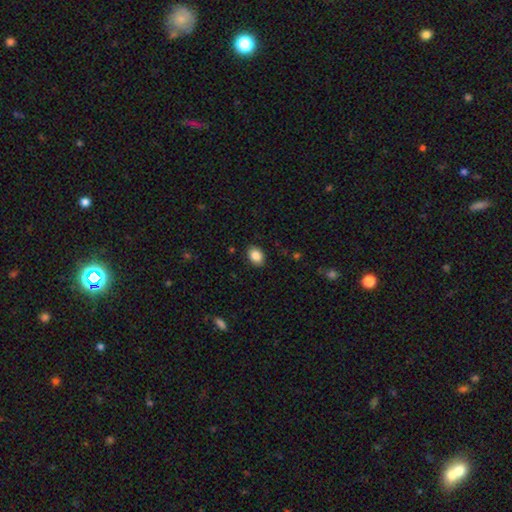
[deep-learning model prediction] This is clearly a smooth galaxy (87%). How rounded: likely in between (72%). Merging: clearly none (89%).